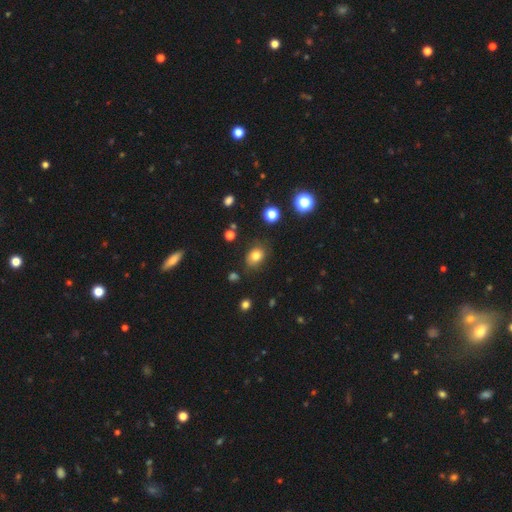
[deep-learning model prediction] Overall: smooth (80%). How rounded: in between (60%; round 39%). Merging: none (79%).